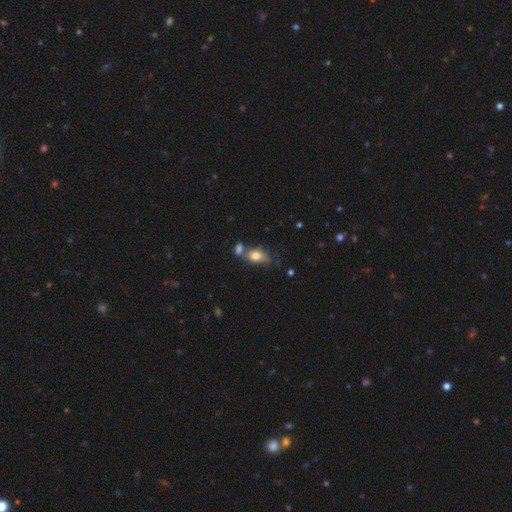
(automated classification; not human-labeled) smooth_or_featured: smooth (p=0.78) [alt: featured or disk p=0.13]
how_rounded: in between (p=0.83) [alt: round p=0.14]
merging: none (p=0.37) [alt: merger p=0.33]